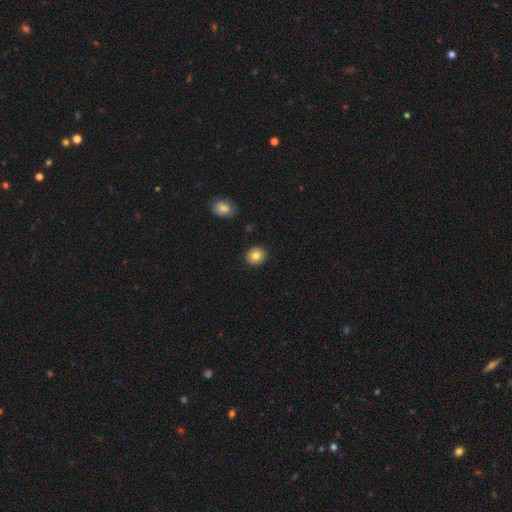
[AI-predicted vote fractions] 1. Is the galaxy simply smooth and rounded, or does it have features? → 82% smooth, 10% featured or disk, 9% star or artifact.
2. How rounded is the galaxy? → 78% round, 21% in between, 1% cigar-shaped.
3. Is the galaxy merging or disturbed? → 91% none, 6% minor disturbance, 2% major disturbance, 1% merger.